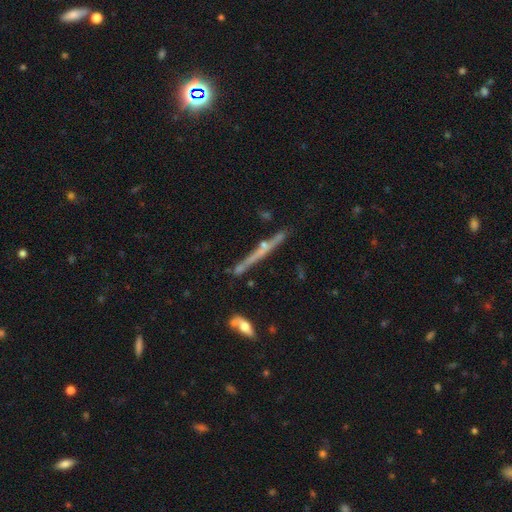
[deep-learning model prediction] smooth-or-featured: featured or disk: 65% | smooth: 25% | star or artifact: 10%
  disk-edge-on: yes: 95% | no: 5%
    edge-on-bulge: none: 52% | rounded: 41% | boxy: 7%
  merging: none: 77% | minor disturbance: 15% | merger: 5% | major disturbance: 4%